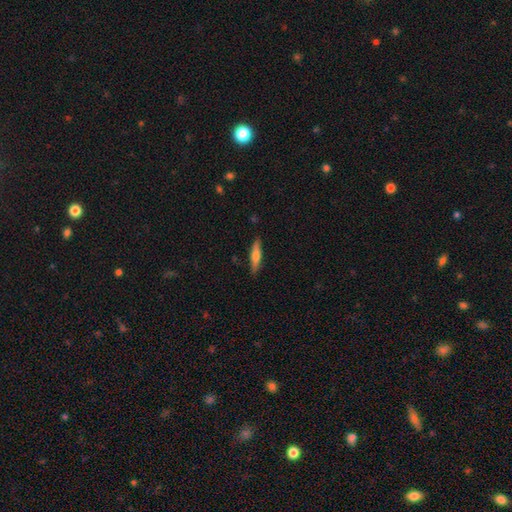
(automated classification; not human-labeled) Smooth or featured: smooth — 57% (featured or disk — 37%)
How rounded: cigar-shaped — 82% (in between — 17%)
Merging: none — 87% (minor disturbance — 10%)